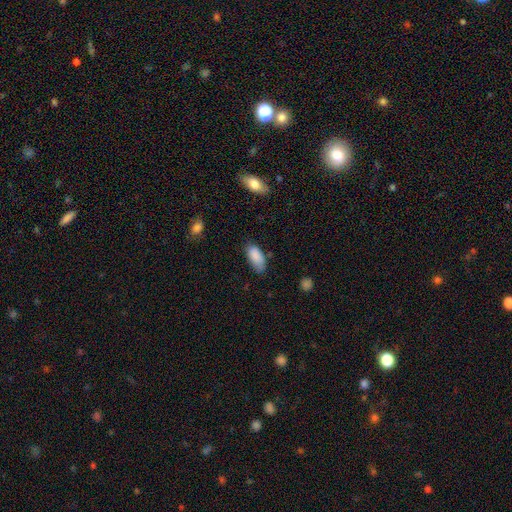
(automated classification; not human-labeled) Smooth or featured? Predicted: smooth (p=0.87). How rounded? Predicted: in between (p=0.91). Merging? Predicted: none (p=0.63).